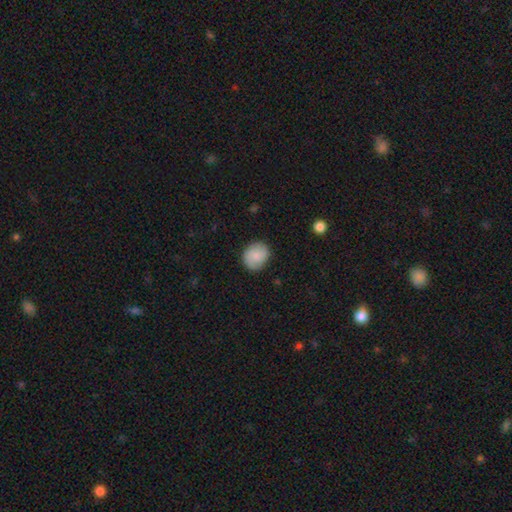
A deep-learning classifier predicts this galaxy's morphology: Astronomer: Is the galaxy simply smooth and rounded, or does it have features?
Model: smooth — 71%.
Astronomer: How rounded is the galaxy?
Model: round — 72%.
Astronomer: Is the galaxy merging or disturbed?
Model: none — 84%.